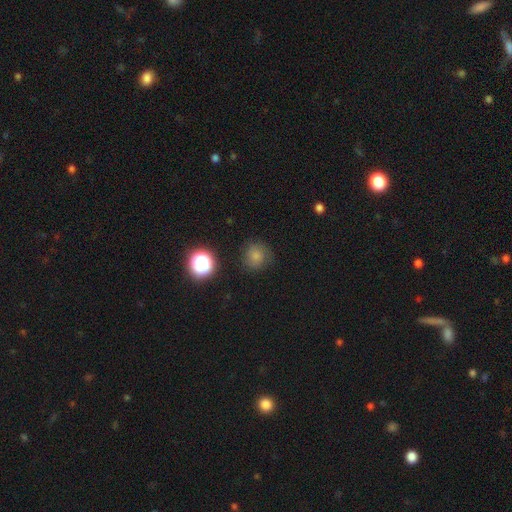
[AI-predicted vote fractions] The model was most divided on "smooth or featured": smooth: 77%, star or artifact: 16%, featured or disk: 7%. More confident: how rounded — round (89%); merging — none (79%).